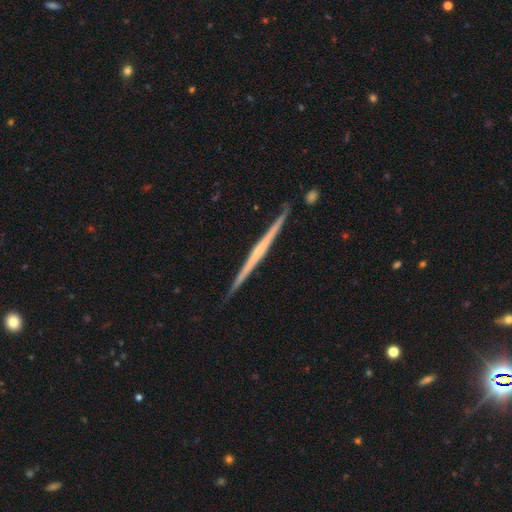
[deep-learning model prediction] Overall: featured or disk (75%). Edge-on disk: yes (98%). Edge-on bulge: none (63%; rounded 29%). Merging: none (90%).